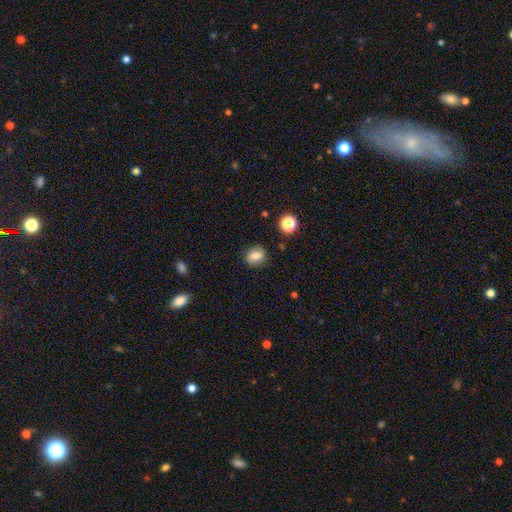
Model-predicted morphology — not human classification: Smooth or featured? smooth (75%)
How rounded? round (64%)
Merging? none (84%)